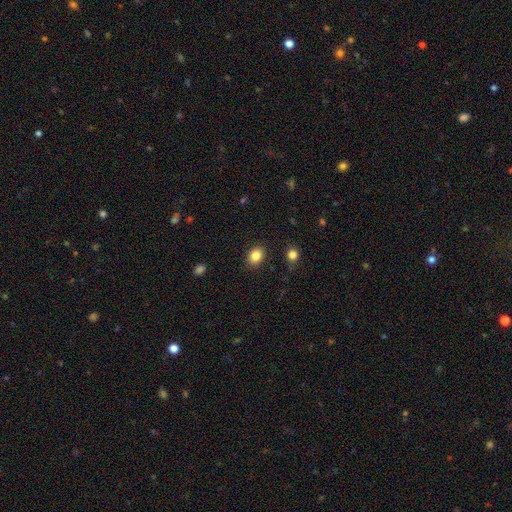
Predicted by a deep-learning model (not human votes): The model was most divided on "how rounded": in between: 56%, round: 43%, cigar-shaped: 1%. More confident: merging — none (87%); smooth or featured — smooth (85%).